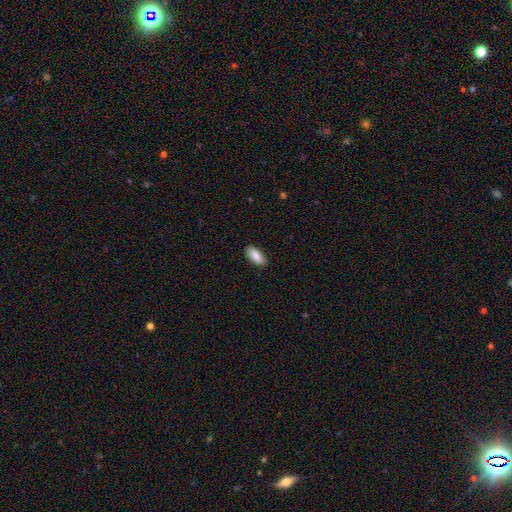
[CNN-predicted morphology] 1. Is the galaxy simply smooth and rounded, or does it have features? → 86% smooth, 8% featured or disk, 6% star or artifact.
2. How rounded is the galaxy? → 87% in between, 11% cigar-shaped, 2% round.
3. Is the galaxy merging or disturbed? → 89% none, 9% minor disturbance, 2% major disturbance, 1% merger.